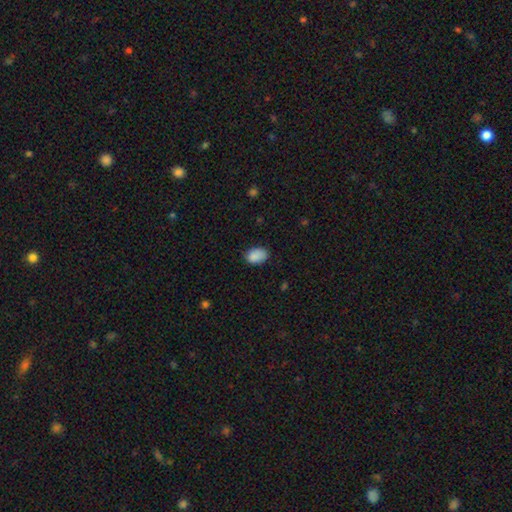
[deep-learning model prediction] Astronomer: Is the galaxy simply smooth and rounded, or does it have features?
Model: smooth — 88%.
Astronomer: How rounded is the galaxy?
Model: in between — 83%.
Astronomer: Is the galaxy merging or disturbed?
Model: none — 76%.